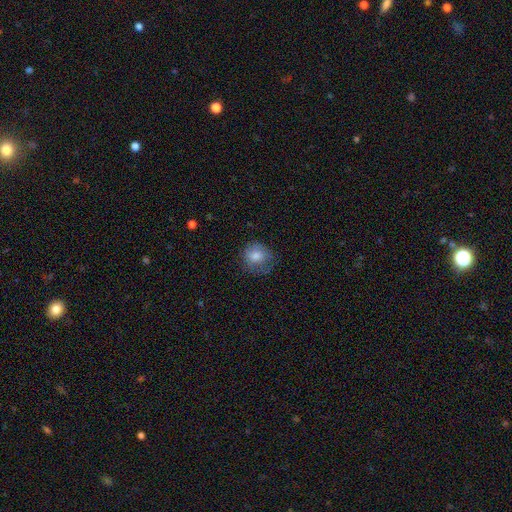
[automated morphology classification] This appears to be a smooth galaxy with no disk features (71%) that is round (80%). Merging: none (64%).